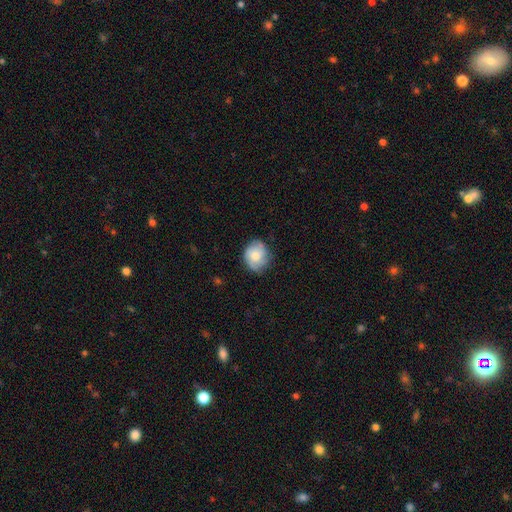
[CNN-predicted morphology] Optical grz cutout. It shows a smooth galaxy with no disk features (60%) that is round (70%). Merging: none (70%).